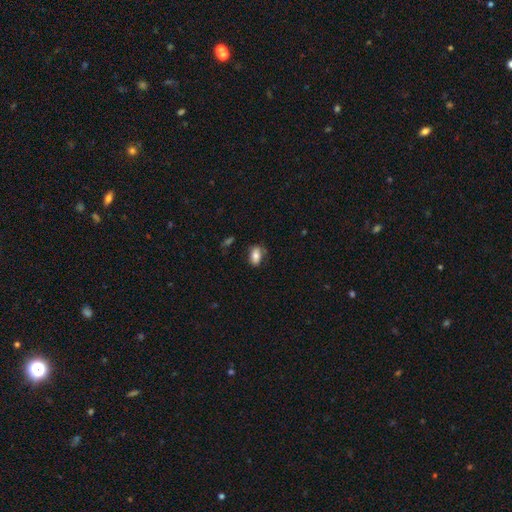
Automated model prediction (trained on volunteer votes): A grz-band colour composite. It shows a smooth galaxy with no disk features (76%) that is in between round and cigar-shaped (89%). Merging: none (70%).